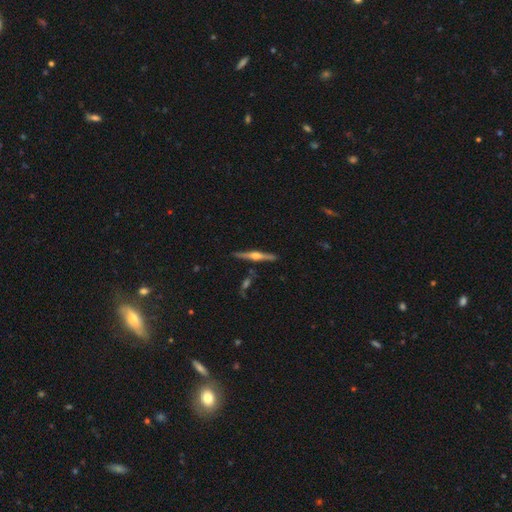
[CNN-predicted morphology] smooth_or_featured: featured or disk (p=0.77) [alt: smooth p=0.18]
disk_edge_on: yes (p=0.98) [alt: no p=0.02]
edge_on_bulge: rounded (p=0.93) [alt: boxy p=0.03]
merging: none (p=0.87) [alt: minor disturbance p=0.08]